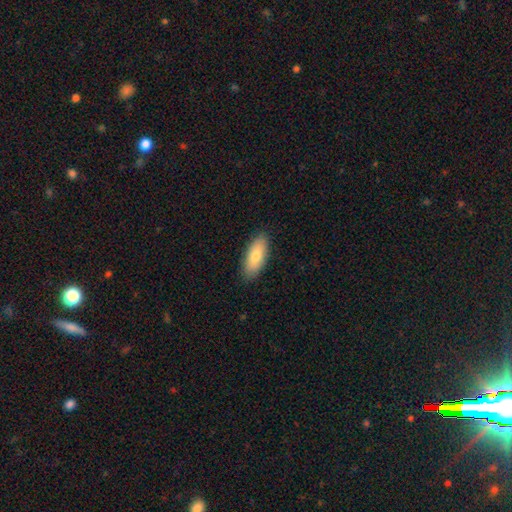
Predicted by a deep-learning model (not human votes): smooth-or-featured: smooth: 78% | featured or disk: 16% | star or artifact: 6%
  how-rounded: in between: 82% | cigar-shaped: 16% | round: 2%
  merging: none: 88% | minor disturbance: 9% | major disturbance: 2% | merger: 1%